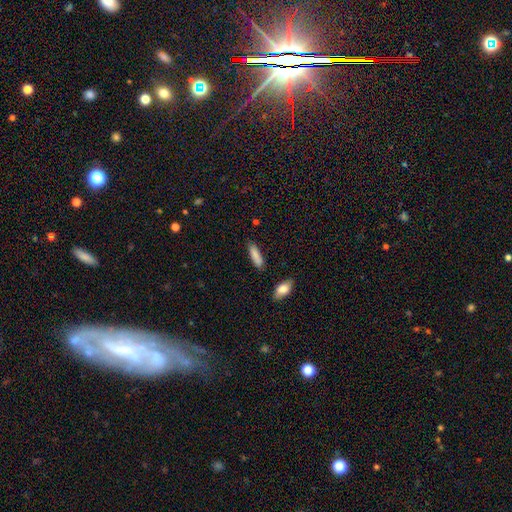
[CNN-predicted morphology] Smooth or featured?
  - smooth: 87% *
  - featured or disk: 7%
  - star or artifact: 6%
How rounded?
  - cigar-shaped: 59% *
  - in between: 40%
  - round: 2%
Merging?
  - none: 81% *
  - minor disturbance: 13%
  - merger: 3%
  - major disturbance: 2%